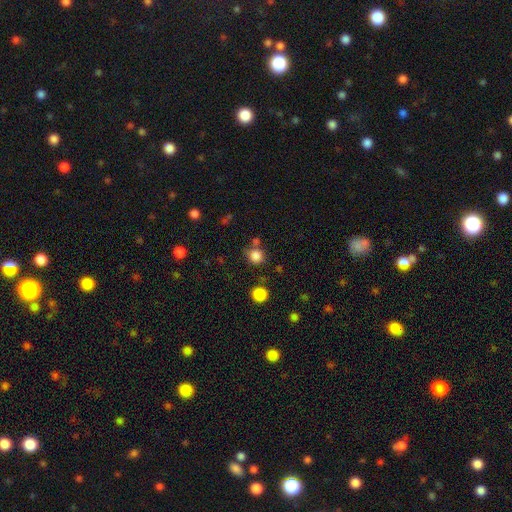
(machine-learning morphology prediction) Smooth or featured? Predicted: smooth (p=0.83). How rounded? Predicted: round (p=0.87). Merging? Predicted: none (p=0.69).